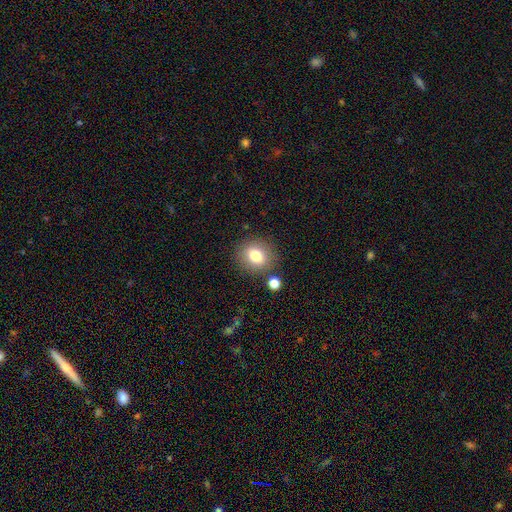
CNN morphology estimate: A smooth galaxy with no disk features (79%) that is round (69%). Merging: none (82%).